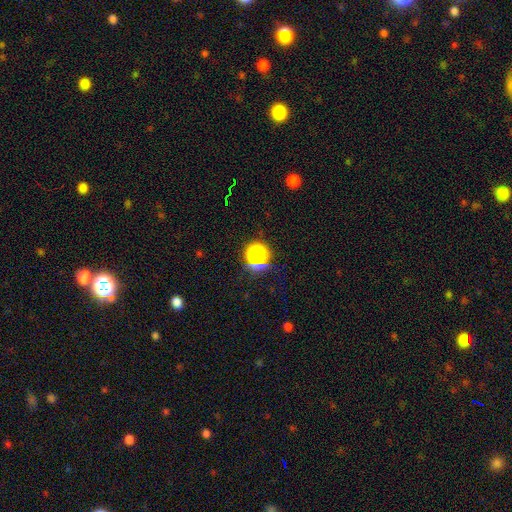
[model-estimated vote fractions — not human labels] Smooth or featured: smooth — 46% (star or artifact — 44%)
Merging: none — 76% (minor disturbance — 12%)